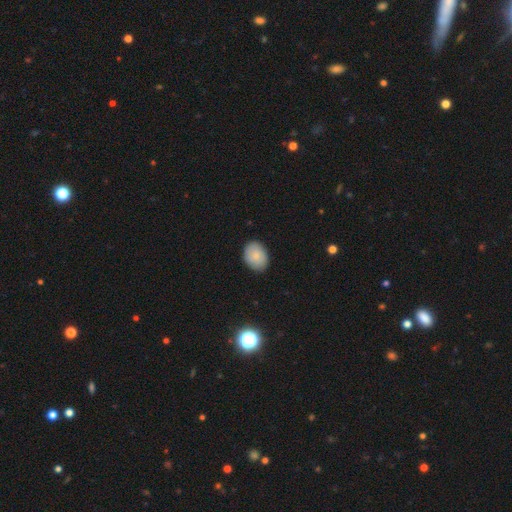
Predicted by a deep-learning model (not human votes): Morphology: type=smooth (82%); roundness=in between (65%); merging=none (86%).